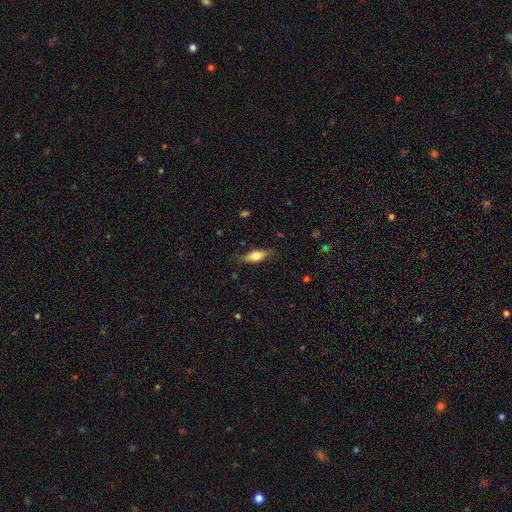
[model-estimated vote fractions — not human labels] Q: Smooth or featured?
A: smooth (63%); runner-up: featured or disk (31%)
Q: How rounded?
A: in between (63%); runner-up: cigar-shaped (34%)
Q: Merging?
A: none (78%); runner-up: minor disturbance (17%)